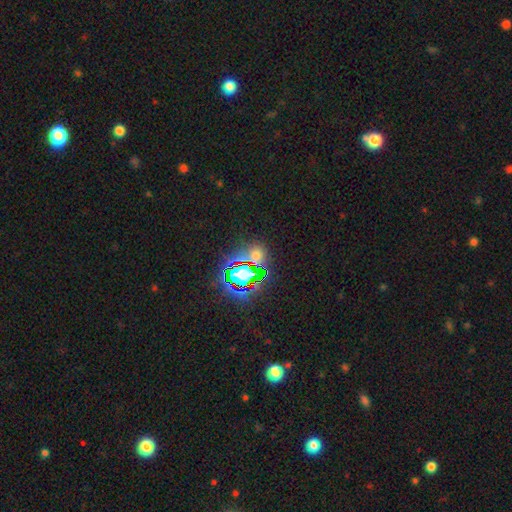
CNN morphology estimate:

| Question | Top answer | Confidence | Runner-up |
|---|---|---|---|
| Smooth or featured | star or artifact | 72% | smooth (20%) |